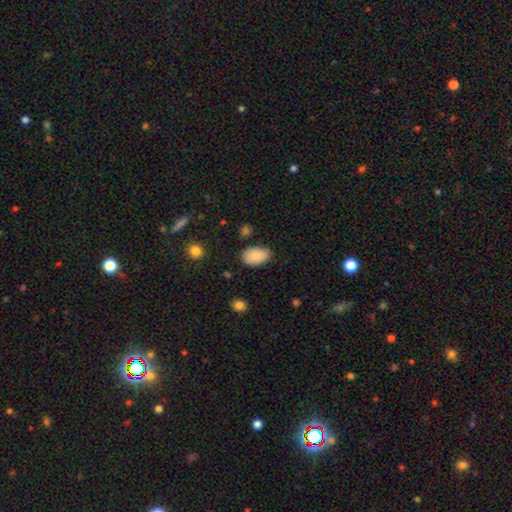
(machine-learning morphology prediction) smooth_or_featured: smooth (p=0.86) [alt: featured or disk p=0.07]
how_rounded: in between (p=0.91) [alt: round p=0.08]
merging: none (p=0.79) [alt: minor disturbance p=0.16]